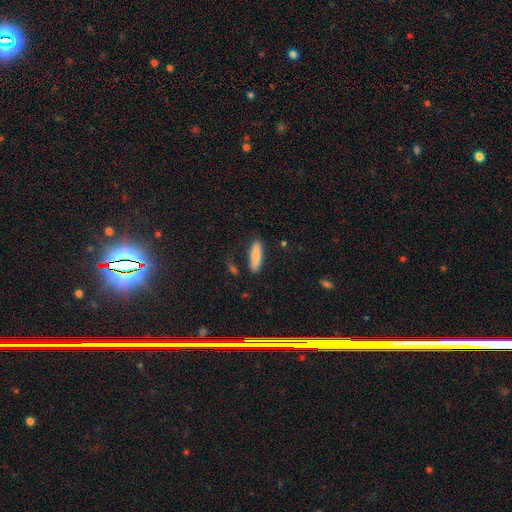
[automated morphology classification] smooth-or-featured: smooth: 84% | featured or disk: 10% | star or artifact: 6%
  how-rounded: cigar-shaped: 71% | in between: 28% | round: 2%
  merging: none: 80% | minor disturbance: 14% | major disturbance: 4% | merger: 3%